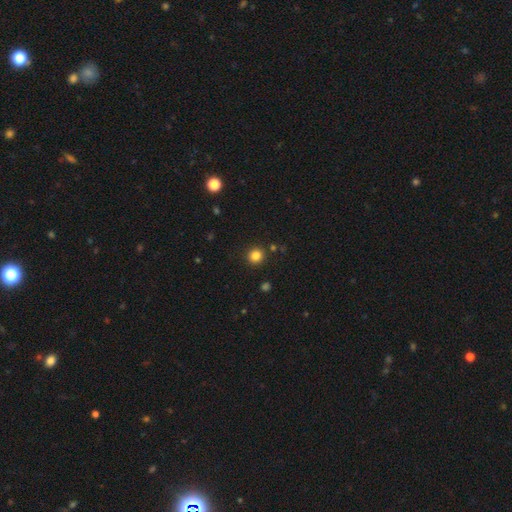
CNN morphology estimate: Smooth or featured? smooth (83%)
How rounded? round (92%)
Merging? none (90%)